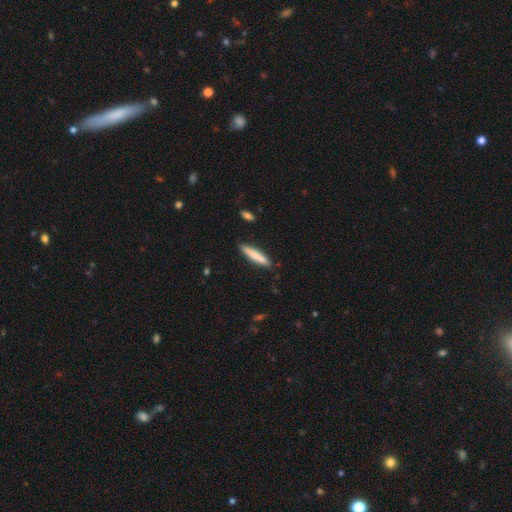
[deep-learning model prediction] A smooth galaxy with no disk features (74%) that is cigar-shaped (89%). Merging: none (88%).